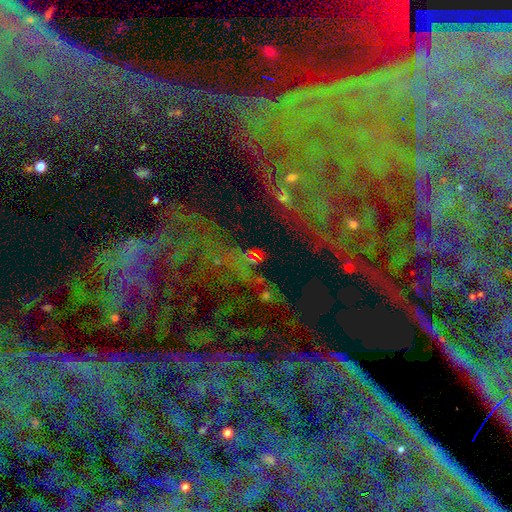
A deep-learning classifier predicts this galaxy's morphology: smooth-or-featured: star or artifact: 65% | smooth: 19% | featured or disk: 16%